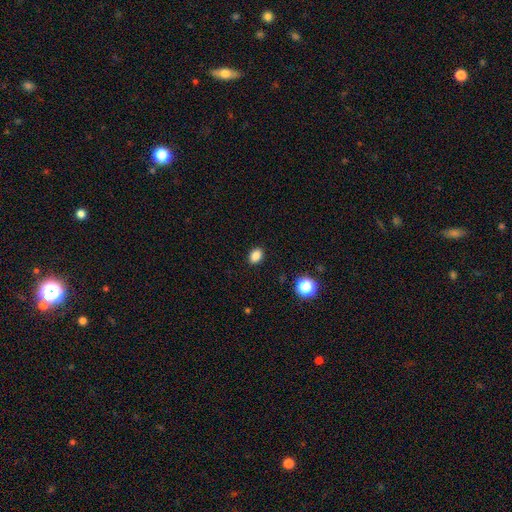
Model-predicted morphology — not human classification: Overall: smooth (85%). How rounded: in between (71%). Merging: none (89%).